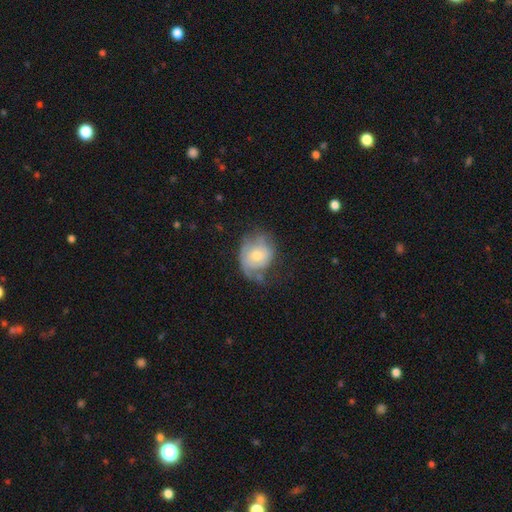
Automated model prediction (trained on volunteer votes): featured or disk 56%, smooth 37%, star or artifact 7%. Down the decision tree: edge-on disk — no (97%); bar — no (78%); spiral arms — yes (72%); bulge size — moderate (59%); merging — none (43%).